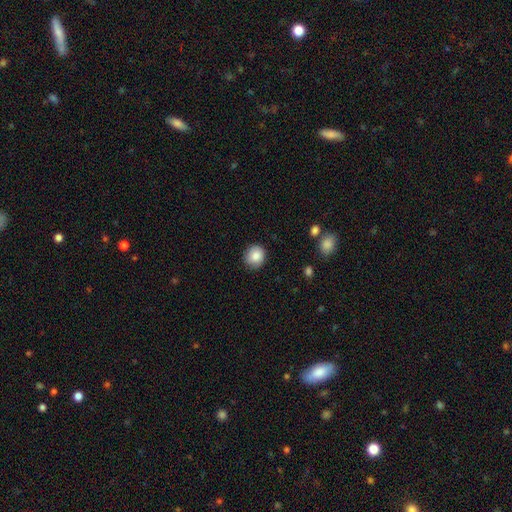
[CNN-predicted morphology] Overall: smooth (85%). How rounded: round (81%). Merging: none (84%).